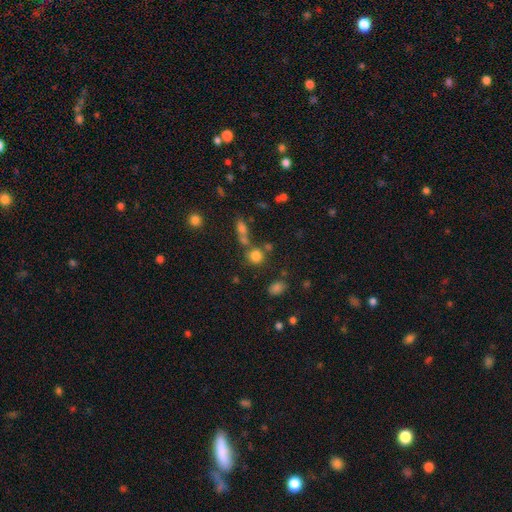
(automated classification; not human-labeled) Q: Smooth or featured?
A: smooth (77%); runner-up: star or artifact (15%)
Q: How rounded?
A: round (83%); runner-up: in between (15%)
Q: Merging?
A: none (60%); runner-up: merger (24%)